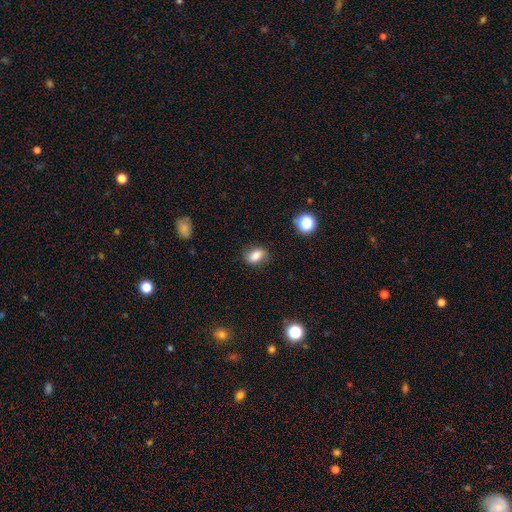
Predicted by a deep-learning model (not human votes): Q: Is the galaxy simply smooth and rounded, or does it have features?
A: smooth — 80%.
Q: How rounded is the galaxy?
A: in between — 80%.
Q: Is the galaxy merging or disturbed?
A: none — 80%.